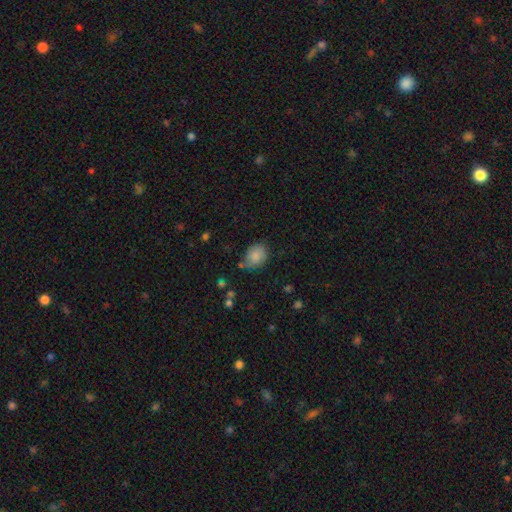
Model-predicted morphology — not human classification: Smooth or featured? Predicted: smooth (p=0.79). How rounded? Predicted: in between (p=0.61). Merging? Predicted: none (p=0.58).